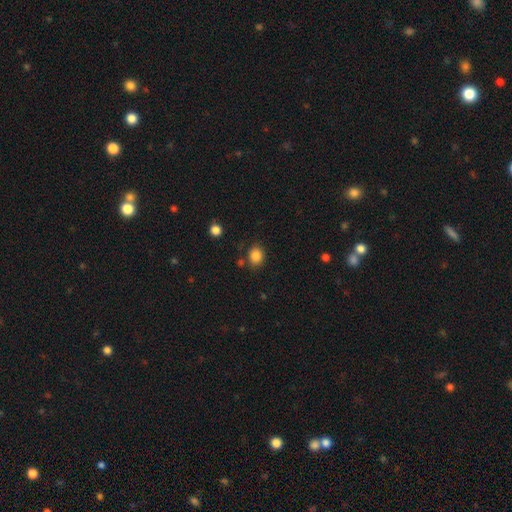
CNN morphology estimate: A smooth galaxy with no disk features (85%) that is round (61%). Merging: none (78%).